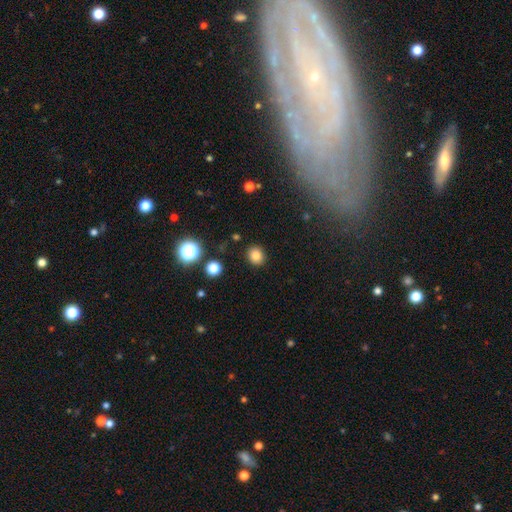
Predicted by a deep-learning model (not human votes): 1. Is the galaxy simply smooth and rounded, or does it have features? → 83% smooth, 12% star or artifact, 5% featured or disk.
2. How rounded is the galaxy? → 78% round, 21% in between, 1% cigar-shaped.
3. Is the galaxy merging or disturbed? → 88% none, 7% minor disturbance, 2% major disturbance, 2% merger.